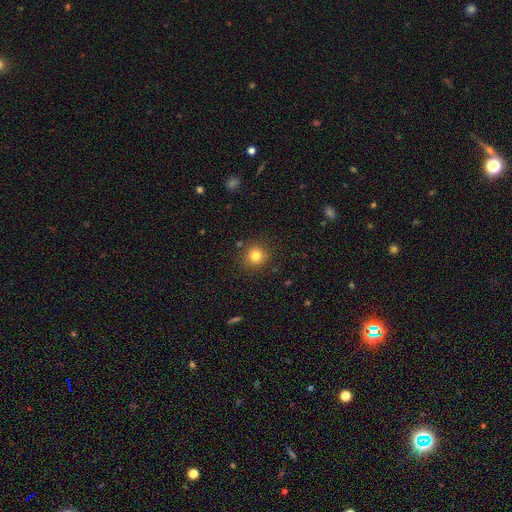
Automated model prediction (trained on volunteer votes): Morphology: type=smooth (81%); roundness=round (93%); merging=none (89%).